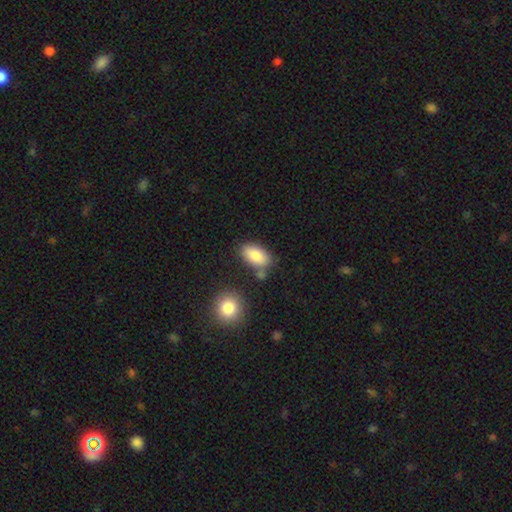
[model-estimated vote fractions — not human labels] Q: Smooth or featured?
A: smooth (85%); runner-up: featured or disk (8%)
Q: How rounded?
A: in between (92%); runner-up: round (5%)
Q: Merging?
A: none (67%); runner-up: minor disturbance (16%)